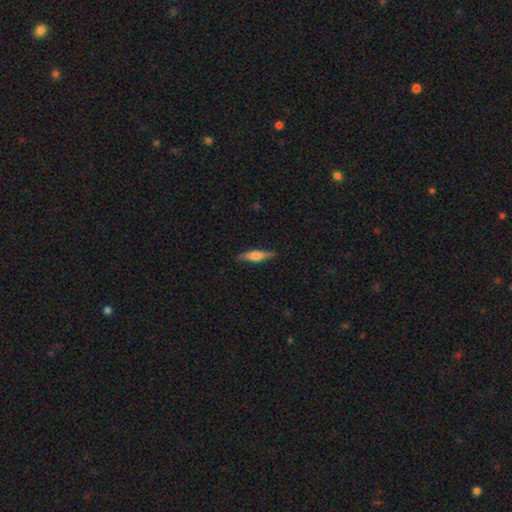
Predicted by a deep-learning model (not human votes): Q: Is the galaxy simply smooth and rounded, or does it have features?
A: smooth — 49%.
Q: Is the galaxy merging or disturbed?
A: none — 87%.